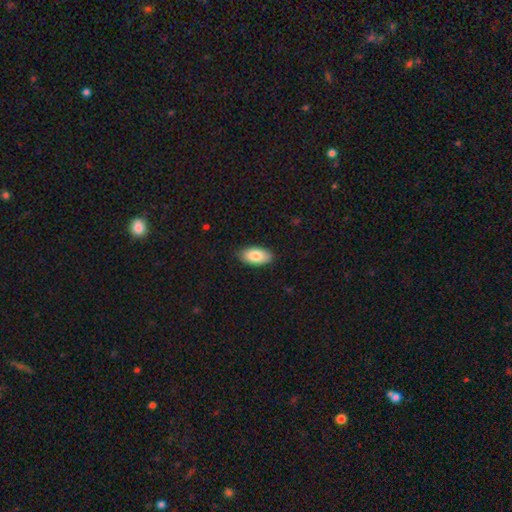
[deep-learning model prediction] Smooth or featured? smooth (83%)
How rounded? in between (94%)
Merging? none (86%)